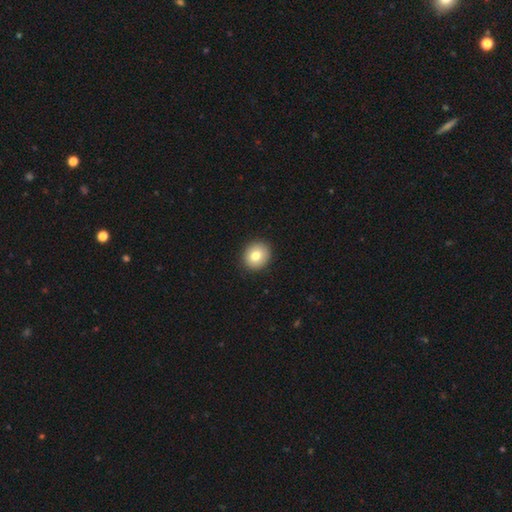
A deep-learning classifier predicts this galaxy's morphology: This is likely a smooth galaxy (79%). How rounded: clearly round (81%). Merging: clearly none (91%).